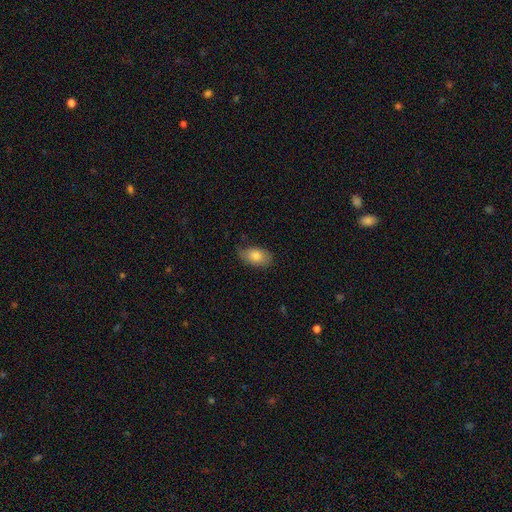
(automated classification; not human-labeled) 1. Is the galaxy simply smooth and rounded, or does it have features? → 80% smooth, 13% featured or disk, 7% star or artifact.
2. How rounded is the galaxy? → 91% in between, 7% round, 2% cigar-shaped.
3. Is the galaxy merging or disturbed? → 70% none, 24% minor disturbance, 4% major disturbance, 1% merger.